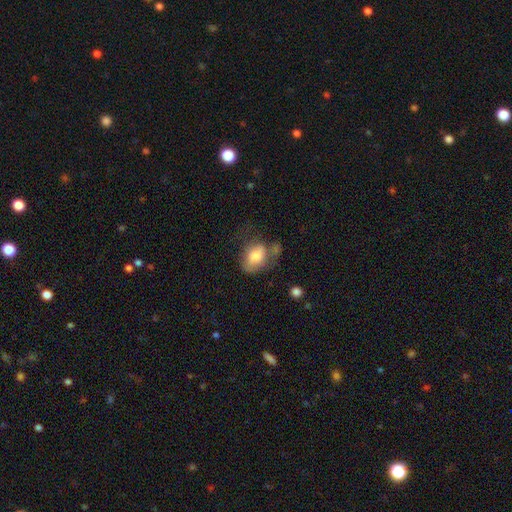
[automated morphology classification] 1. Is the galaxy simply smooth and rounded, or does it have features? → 74% smooth, 18% featured or disk, 8% star or artifact.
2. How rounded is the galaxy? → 79% in between, 19% round, 2% cigar-shaped.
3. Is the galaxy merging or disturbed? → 35% none, 28% minor disturbance, 23% major disturbance, 15% merger.